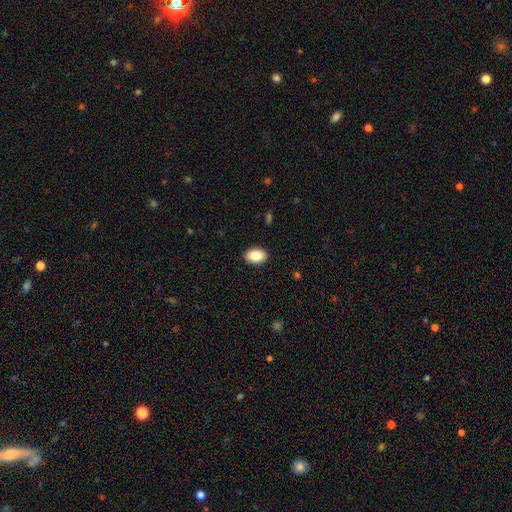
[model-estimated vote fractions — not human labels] Overall: smooth (85%). How rounded: in between (89%). Merging: none (90%).